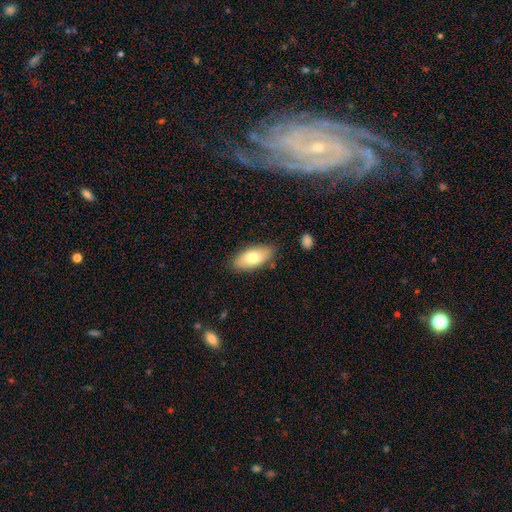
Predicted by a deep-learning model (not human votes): The model was most divided on "smooth or featured": smooth: 73%, featured or disk: 20%, star or artifact: 7%. More confident: how rounded — in between (87%); merging — none (85%).